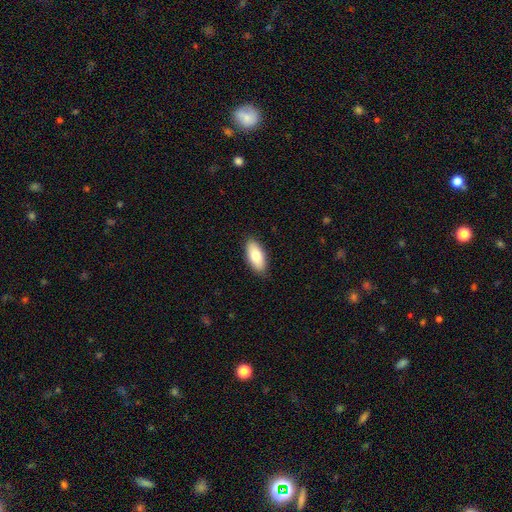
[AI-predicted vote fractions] Smooth or featured? smooth (81%)
How rounded? in between (88%)
Merging? none (88%)